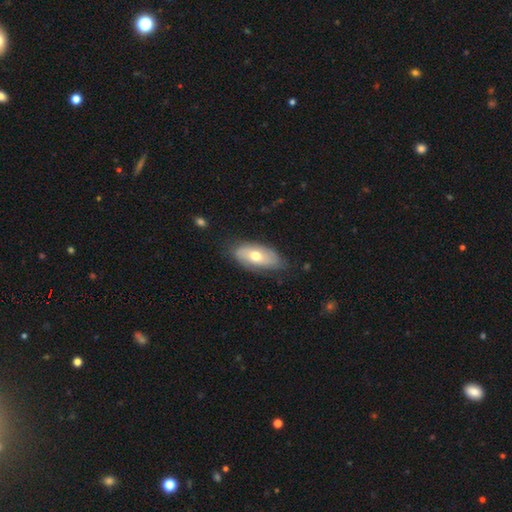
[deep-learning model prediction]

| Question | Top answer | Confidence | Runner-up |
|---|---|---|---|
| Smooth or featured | smooth | 55% | featured or disk (39%) |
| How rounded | in between | 91% | cigar-shaped (5%) |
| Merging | none | 71% | minor disturbance (22%) |